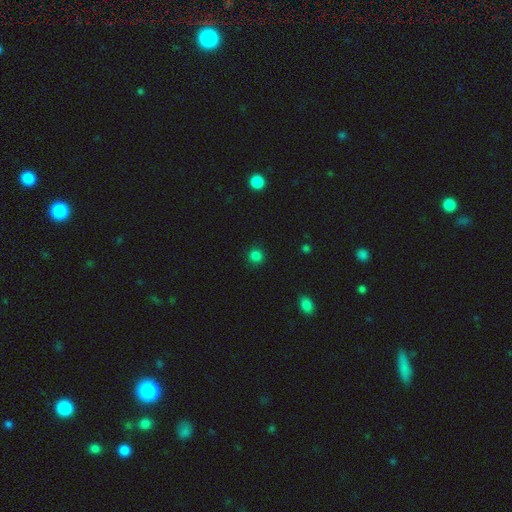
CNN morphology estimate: This is clearly a smooth galaxy (83%). How rounded: clearly round (93%). Merging: clearly none (90%).